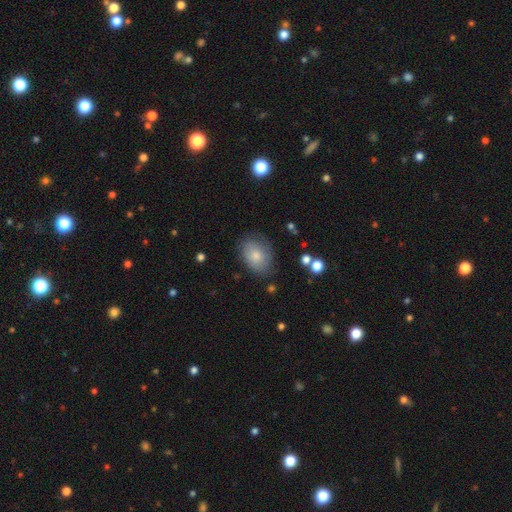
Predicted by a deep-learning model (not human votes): A smooth galaxy with no disk features (75%) that is in between round and cigar-shaped (77%).

Vote fractions:
- Smooth or featured? smooth: 75% / featured or disk: 18% / star or artifact: 7%
- How rounded? in between: 77% / round: 22% / cigar-shaped: 1%
- Merging? none: 73% / minor disturbance: 20% / major disturbance: 6% / merger: 2%